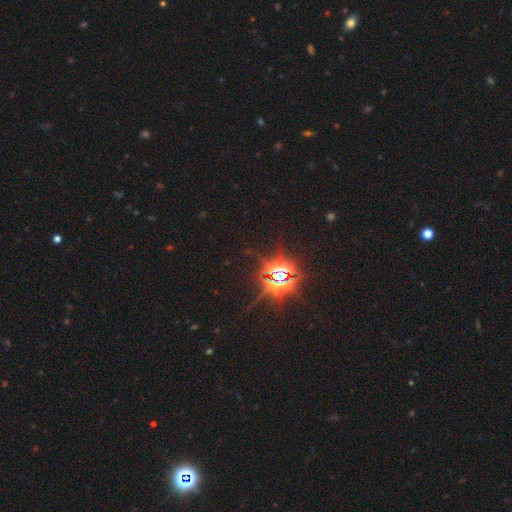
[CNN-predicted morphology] type=star or artifact (83%).